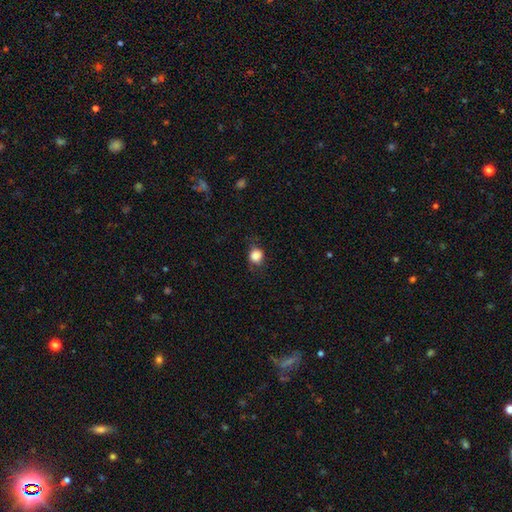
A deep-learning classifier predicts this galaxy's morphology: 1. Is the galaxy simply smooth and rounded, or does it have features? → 85% smooth, 10% star or artifact, 5% featured or disk.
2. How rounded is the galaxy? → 73% round, 26% in between, 1% cigar-shaped.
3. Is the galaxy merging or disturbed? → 71% none, 21% minor disturbance, 7% major disturbance, 1% merger.